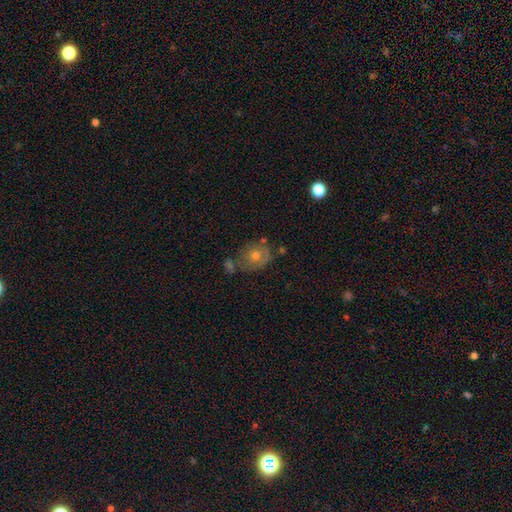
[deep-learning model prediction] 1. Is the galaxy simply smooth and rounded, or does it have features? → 45% featured or disk, 40% smooth, 15% star or artifact.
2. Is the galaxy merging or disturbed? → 58% none, 19% minor disturbance, 15% merger, 8% major disturbance.